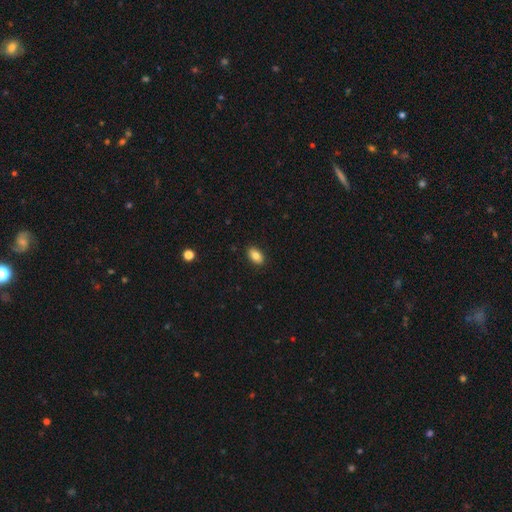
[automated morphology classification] A smooth galaxy with no disk features (84%) that is in between round and cigar-shaped (90%).

Vote fractions:
- Smooth or featured? smooth: 84% / star or artifact: 8% / featured or disk: 8%
- How rounded? in between: 90% / round: 8% / cigar-shaped: 2%
- Merging? none: 89% / minor disturbance: 8% / major disturbance: 2% / merger: 1%